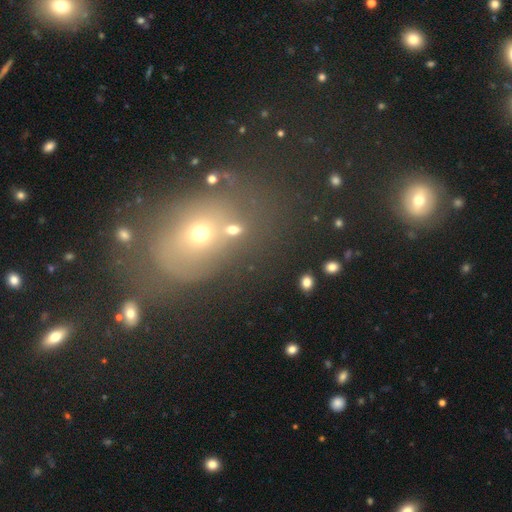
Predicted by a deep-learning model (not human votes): The model was most divided on "smooth or featured": smooth: 48%, star or artifact: 27%, featured or disk: 24%. More confident: merging — none (62%).